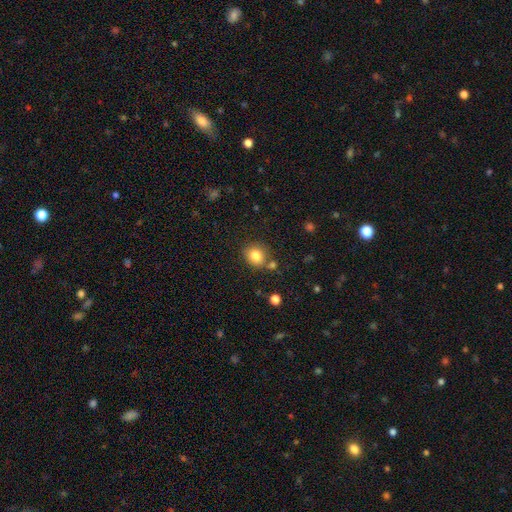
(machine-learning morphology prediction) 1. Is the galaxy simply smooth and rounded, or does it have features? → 82% smooth, 11% star or artifact, 7% featured or disk.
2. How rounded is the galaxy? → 76% round, 23% in between, 1% cigar-shaped.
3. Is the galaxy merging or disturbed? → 75% none, 12% minor disturbance, 10% merger, 3% major disturbance.